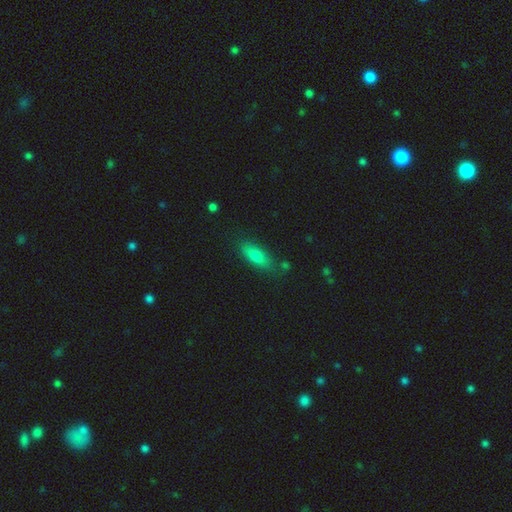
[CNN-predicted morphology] smooth 73%, featured or disk 18%, star or artifact 10%. Down the decision tree: how rounded — in between (59%); merging — none (82%).